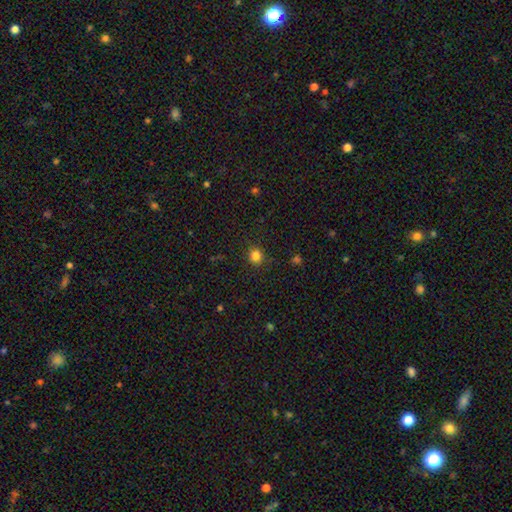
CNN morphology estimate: This appears to be a smooth galaxy with no disk features (82%) that is round (89%). Merging: none (88%).